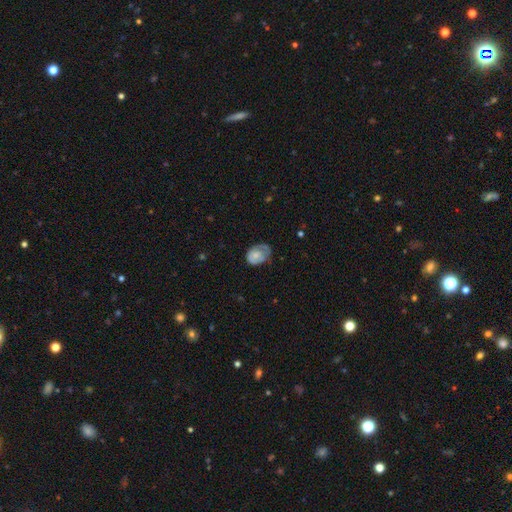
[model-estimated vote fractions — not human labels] smooth 57%, featured or disk 36%, star or artifact 7%. Down the decision tree: how rounded — in between (63%); merging — none (42%).